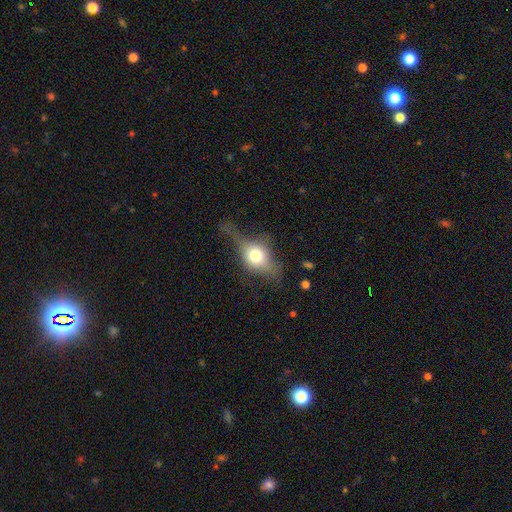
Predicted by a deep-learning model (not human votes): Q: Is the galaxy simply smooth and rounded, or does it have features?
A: smooth — 48%.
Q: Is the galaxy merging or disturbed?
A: none — 39%.